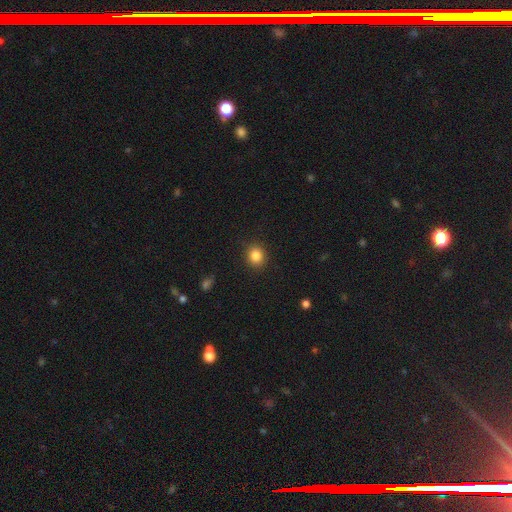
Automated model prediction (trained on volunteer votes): Smooth or featured: smooth — 85% (star or artifact — 11%)
How rounded: round — 76% (in between — 23%)
Merging: none — 89% (minor disturbance — 7%)